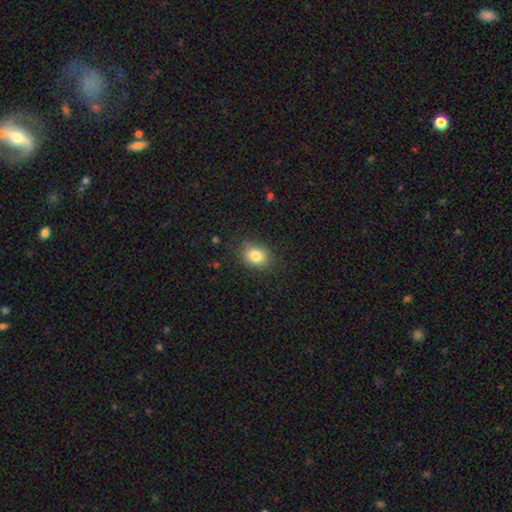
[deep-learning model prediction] Smooth or featured: smooth — 82% (star or artifact — 9%)
How rounded: in between — 62% (round — 37%)
Merging: none — 80% (minor disturbance — 15%)